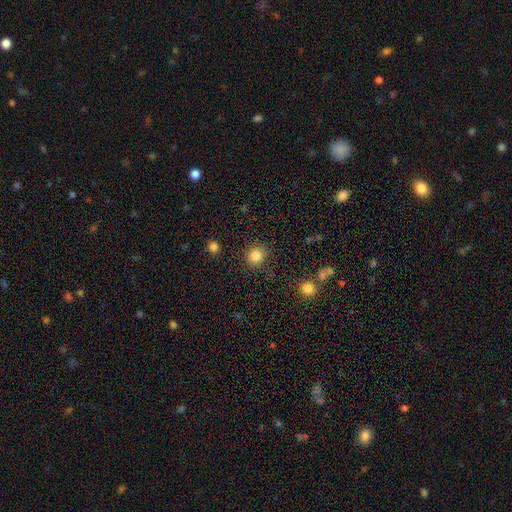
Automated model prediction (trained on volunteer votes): smooth_or_featured: smooth (p=0.84) [alt: star or artifact p=0.11]
how_rounded: round (p=0.88) [alt: in between p=0.11]
merging: none (p=0.88) [alt: minor disturbance p=0.08]